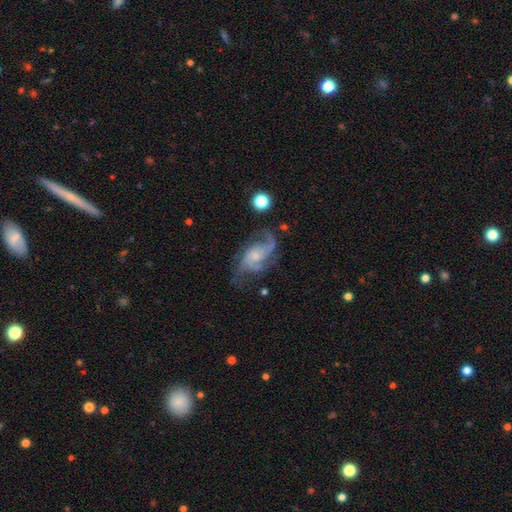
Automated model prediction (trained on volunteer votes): smooth-or-featured: featured or disk: 87% | smooth: 7% | star or artifact: 6%
  disk-edge-on: no: 97% | yes: 3%
    bar: no: 65% | weak: 30% | strong: 5%
    has-spiral-arms: yes: 97% | no: 3%
      spiral-winding: medium: 49% | loose: 32% | tight: 19%
      spiral-arm-count: 2: 37% | 3: 33% | can't tell: 12% | 4: 7% | 1: 7% | more than 4: 5%
    bulge-size: small: 59% | moderate: 27% | none: 9% | large: 3% | dominant: 1%
  merging: none: 59% | minor disturbance: 20% | major disturbance: 18% | merger: 3%